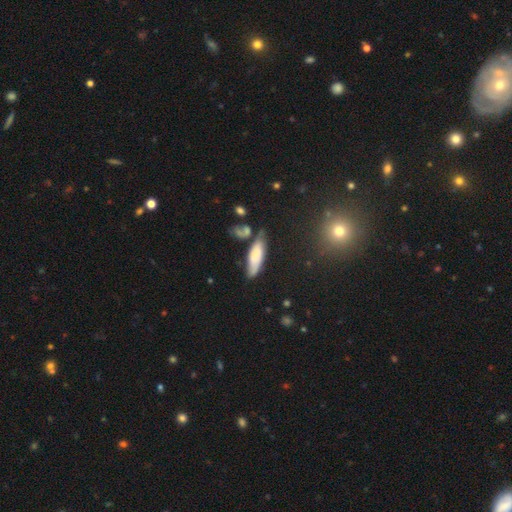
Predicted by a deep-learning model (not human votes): Q: Smooth or featured?
A: smooth (69%); runner-up: featured or disk (23%)
Q: How rounded?
A: in between (53%); runner-up: cigar-shaped (45%)
Q: Merging?
A: none (54%); runner-up: minor disturbance (27%)